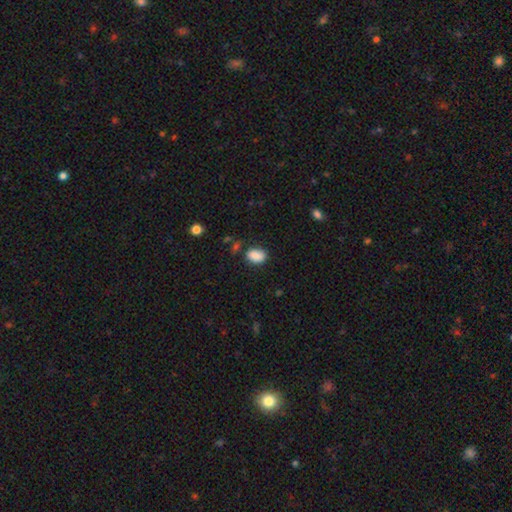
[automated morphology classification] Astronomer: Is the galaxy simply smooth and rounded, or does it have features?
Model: smooth — 85%.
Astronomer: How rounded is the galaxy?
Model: in between — 79%.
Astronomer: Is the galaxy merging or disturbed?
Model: none — 74%.